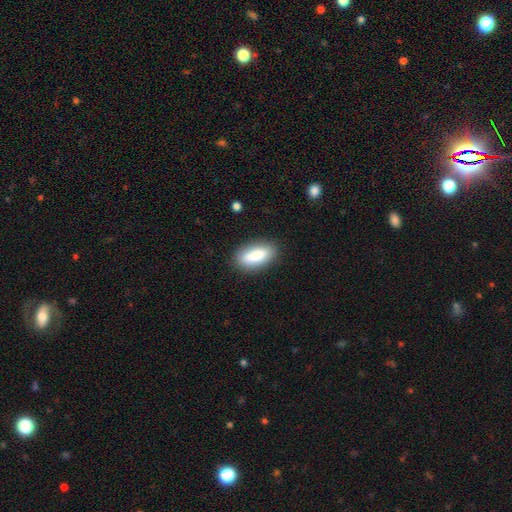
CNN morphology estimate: This appears to be a smooth galaxy with no disk features (84%) that is in between round and cigar-shaped (79%). Merging: none (86%).